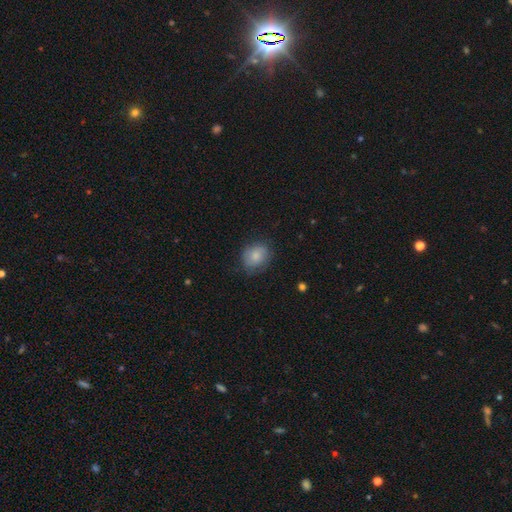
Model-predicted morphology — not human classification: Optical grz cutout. It shows a smooth galaxy with no disk features (80%) that is round (51%). Merging: none (71%).